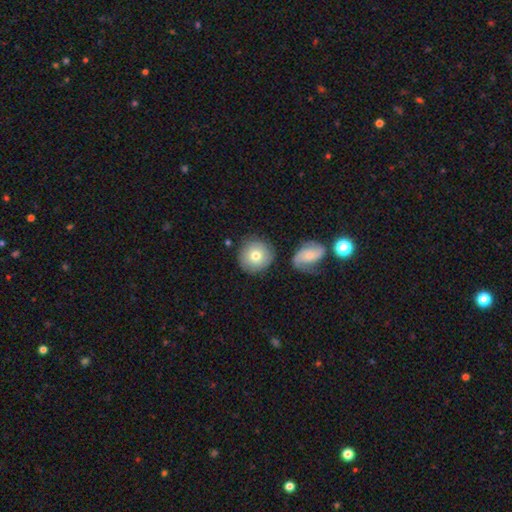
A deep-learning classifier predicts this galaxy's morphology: Smooth or featured? Predicted: smooth (p=0.72). How rounded? Predicted: round (p=0.93). Merging? Predicted: none (p=0.78).